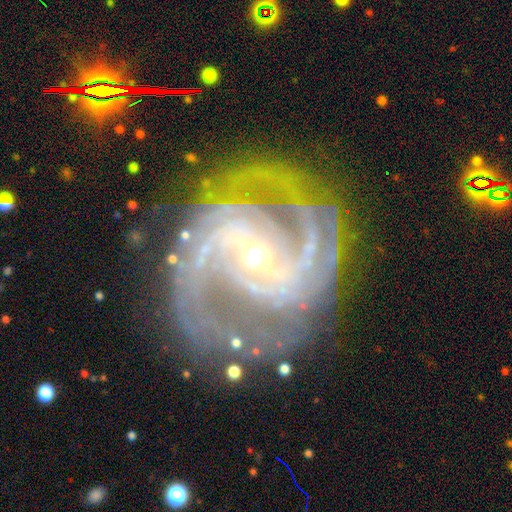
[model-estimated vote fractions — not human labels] The model was most divided on "bar": weak: 40%, strong: 39%, no: 21%. Remaining: spiral arms — yes (99%); edge-on disk — no (98%); smooth or featured — featured or disk (93%); merging — none (75%); bulge size — small (52%); spiral winding — tight (50%); spiral arm count — 2 (38%).